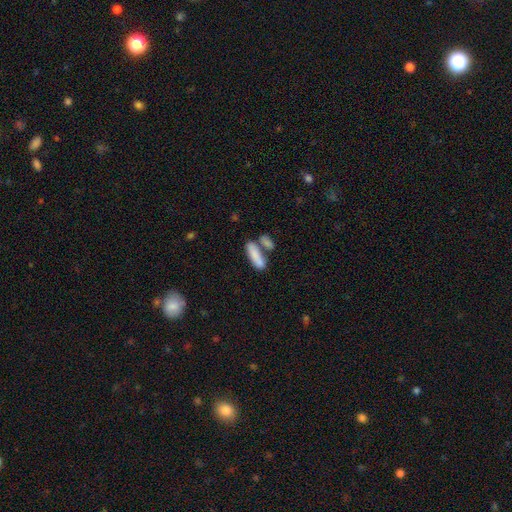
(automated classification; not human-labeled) This is clearly a smooth galaxy (81%). How rounded: possibly in between (57%). Merging: marginally none (44%).